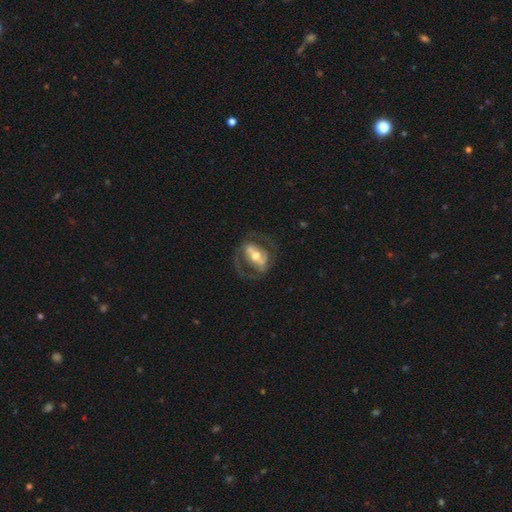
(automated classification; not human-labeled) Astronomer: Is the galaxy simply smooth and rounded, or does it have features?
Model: featured or disk — 76%.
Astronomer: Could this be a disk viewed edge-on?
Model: no — 94%.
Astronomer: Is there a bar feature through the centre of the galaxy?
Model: strong — 45% (runner-up: weak, 30%).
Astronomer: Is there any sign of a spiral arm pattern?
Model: yes — 68%.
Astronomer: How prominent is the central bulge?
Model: moderate — 70%.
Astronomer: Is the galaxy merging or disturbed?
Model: none — 62%.